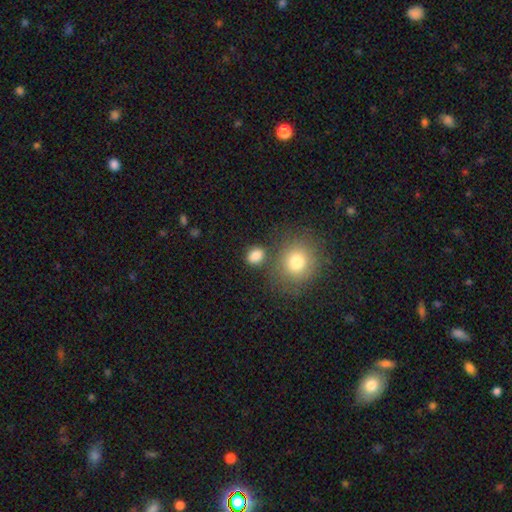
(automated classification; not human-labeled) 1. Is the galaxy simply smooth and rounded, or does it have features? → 83% smooth, 11% star or artifact, 6% featured or disk.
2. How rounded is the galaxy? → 55% round, 44% in between, 1% cigar-shaped.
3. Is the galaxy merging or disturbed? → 73% none, 12% minor disturbance, 11% merger, 5% major disturbance.